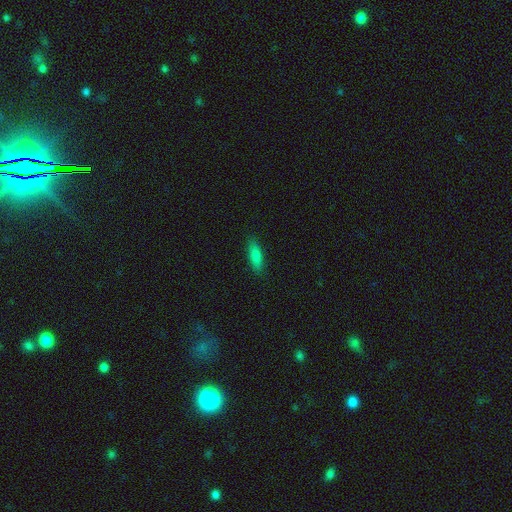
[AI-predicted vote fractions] smooth_or_featured: smooth (p=0.81) [alt: featured or disk p=0.11]
how_rounded: cigar-shaped (p=0.52) [alt: in between p=0.46]
merging: none (p=0.87) [alt: minor disturbance p=0.10]